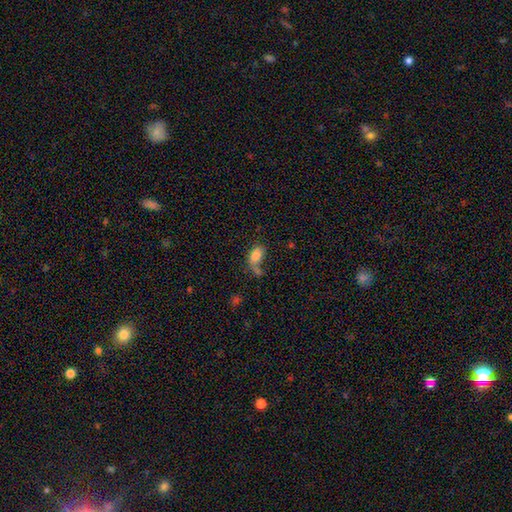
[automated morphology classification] type=smooth (80%); roundness=in between (89%); merging=none (35%).